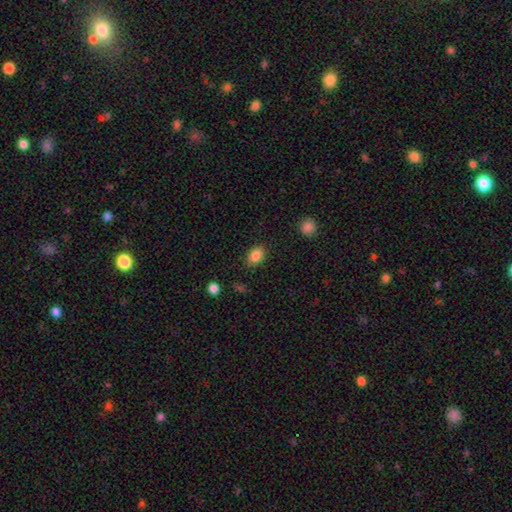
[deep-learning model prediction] Q: Smooth or featured?
A: smooth (86%); runner-up: star or artifact (9%)
Q: How rounded?
A: in between (70%); runner-up: round (29%)
Q: Merging?
A: none (85%); runner-up: minor disturbance (11%)